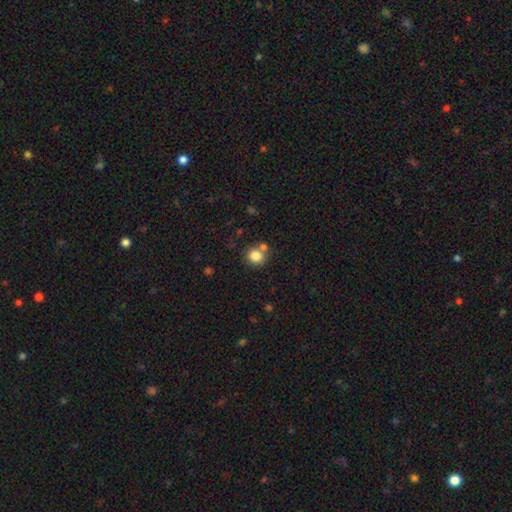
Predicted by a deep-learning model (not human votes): Overall: smooth (82%). How rounded: round (81%). Merging: none (66%).